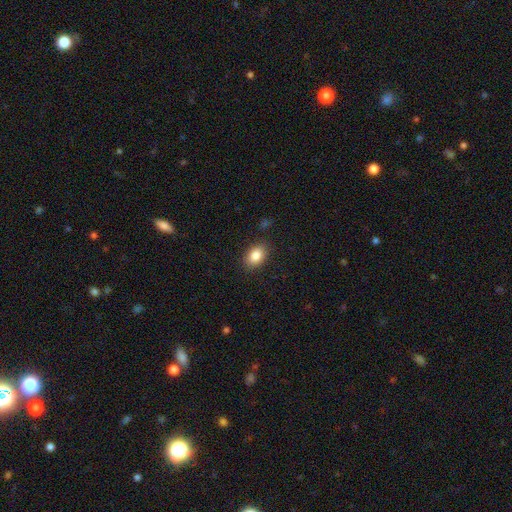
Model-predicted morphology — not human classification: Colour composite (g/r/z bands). It shows a smooth galaxy with no disk features (85%) that is in between round and cigar-shaped (83%). Merging: none (87%).